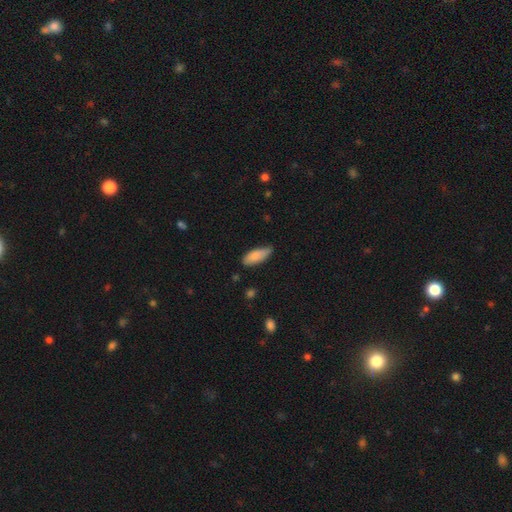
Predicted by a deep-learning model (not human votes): This is clearly a smooth galaxy (84%). How rounded: likely in between (75%). Merging: likely none (68%).